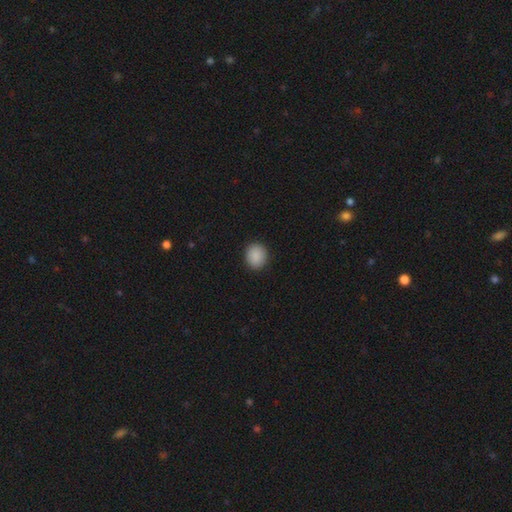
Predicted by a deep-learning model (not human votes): Morphology: type=smooth (89%); roundness=round (69%); merging=none (91%).